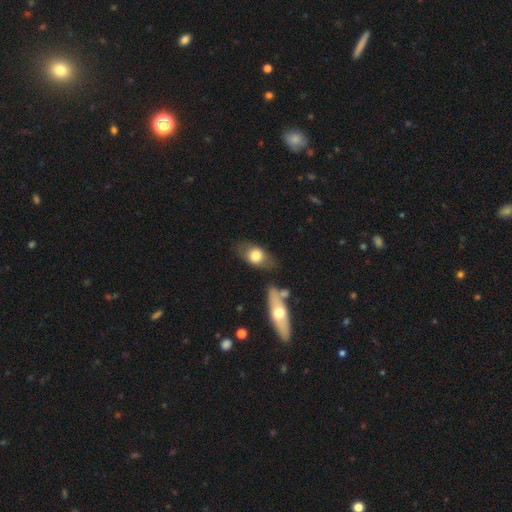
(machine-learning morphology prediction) Smooth or featured?
  - smooth: 67% *
  - featured or disk: 26%
  - star or artifact: 6%
How rounded?
  - in between: 81% *
  - round: 12%
  - cigar-shaped: 6%
Merging?
  - none: 67% *
  - minor disturbance: 18%
  - merger: 9%
  - major disturbance: 6%